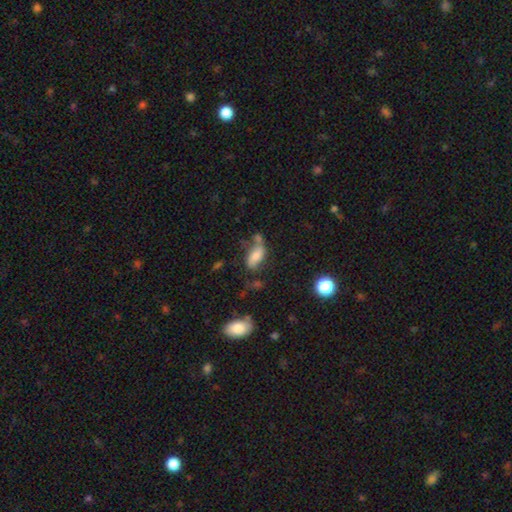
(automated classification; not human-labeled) Smooth or featured?
  - smooth: 67% *
  - featured or disk: 22%
  - star or artifact: 11%
How rounded?
  - in between: 86% *
  - cigar-shaped: 9%
  - round: 4%
Merging?
  - none: 46% *
  - minor disturbance: 24%
  - merger: 18%
  - major disturbance: 12%